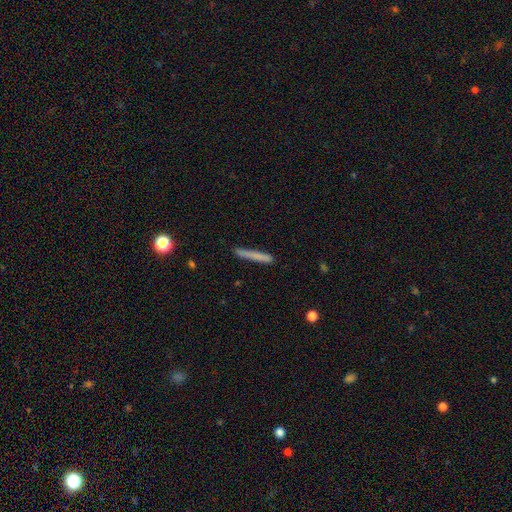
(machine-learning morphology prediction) Q: Smooth or featured?
A: smooth (73%); runner-up: featured or disk (20%)
Q: How rounded?
A: cigar-shaped (96%); runner-up: in between (2%)
Q: Merging?
A: none (87%); runner-up: minor disturbance (9%)